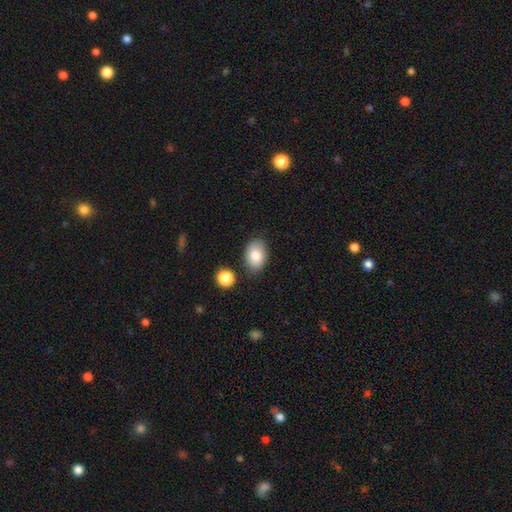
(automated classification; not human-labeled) Overall: smooth (82%). How rounded: in between (83%). Merging: none (80%).